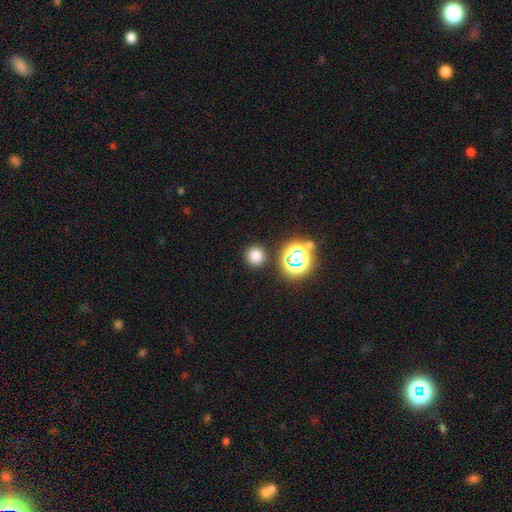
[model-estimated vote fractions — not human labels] Smooth or featured: smooth — 74% (star or artifact — 20%)
How rounded: round — 92% (in between — 7%)
Merging: none — 88% (minor disturbance — 6%)